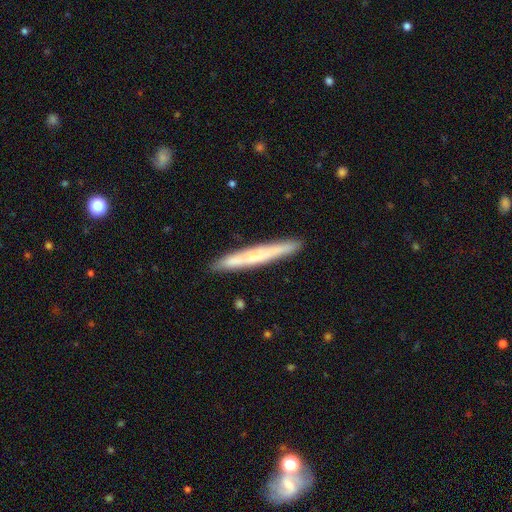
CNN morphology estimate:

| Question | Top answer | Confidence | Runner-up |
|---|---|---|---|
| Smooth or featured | smooth | 51% | featured or disk (43%) |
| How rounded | cigar-shaped | 96% | in between (2%) |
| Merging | none | 88% | minor disturbance (9%) |